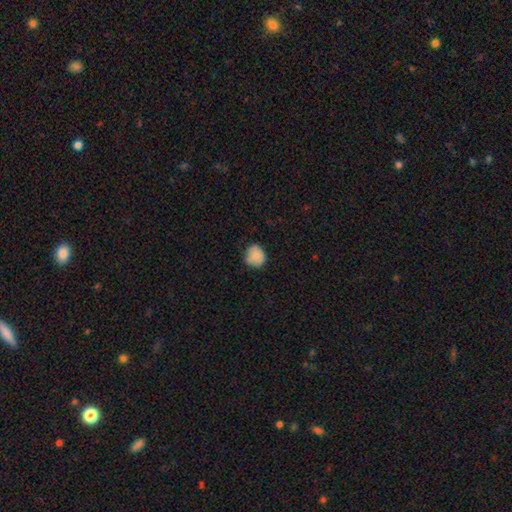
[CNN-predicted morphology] Smooth or featured: smooth — 86% (star or artifact — 8%)
How rounded: round — 82% (in between — 17%)
Merging: none — 79% (minor disturbance — 17%)